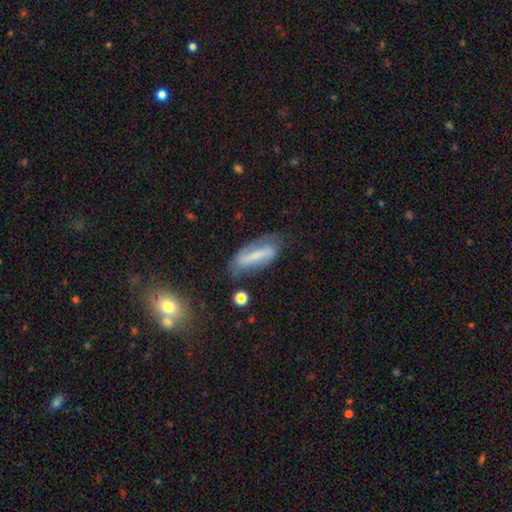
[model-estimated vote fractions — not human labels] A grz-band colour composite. It shows a featured or disk galaxy (49%). Merging: none (60%).